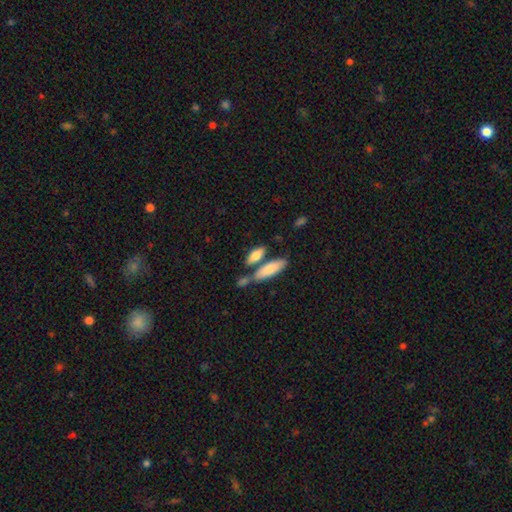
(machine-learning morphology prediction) A smooth galaxy with no disk features (79%) that is in between round and cigar-shaped (65%).

Vote fractions:
- Smooth or featured? smooth: 79% / featured or disk: 15% / star or artifact: 6%
- How rounded? in between: 65% / cigar-shaped: 32% / round: 3%
- Merging? none: 53% / merger: 30% / minor disturbance: 12% / major disturbance: 4%